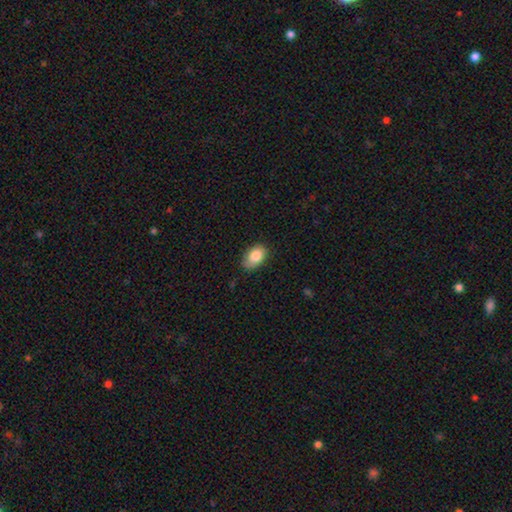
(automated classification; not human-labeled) Q: Smooth or featured?
A: smooth (84%); runner-up: featured or disk (9%)
Q: How rounded?
A: in between (86%); runner-up: round (13%)
Q: Merging?
A: none (71%); runner-up: minor disturbance (23%)